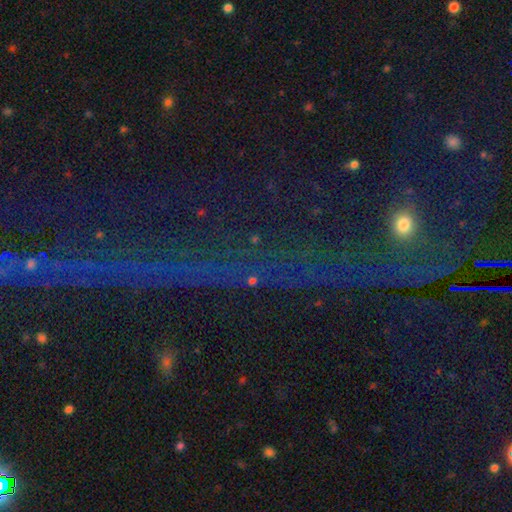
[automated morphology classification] smooth_or_featured: star or artifact (p=0.75) [alt: smooth p=0.13]